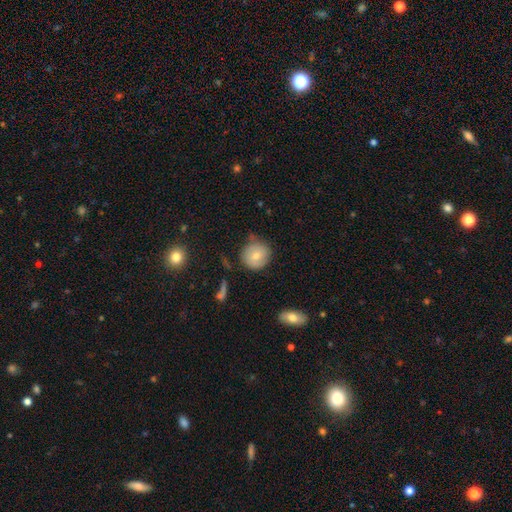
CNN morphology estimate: Overall: smooth (70%). How rounded: round (88%). Merging: none (67%).